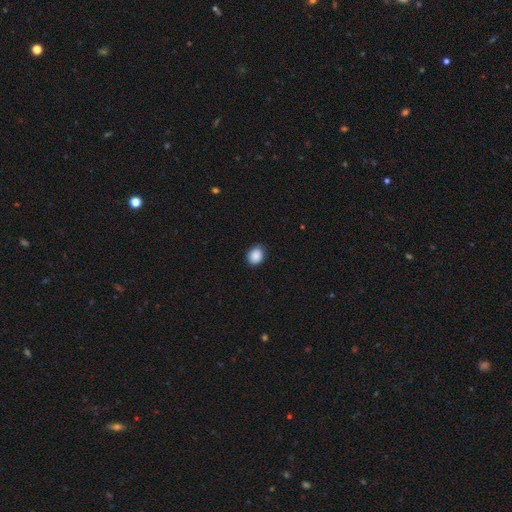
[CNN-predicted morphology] The model was most divided on "how rounded": round: 63%, in between: 36%, cigar-shaped: 1%. More confident: smooth or featured — smooth (88%); merging — none (81%).